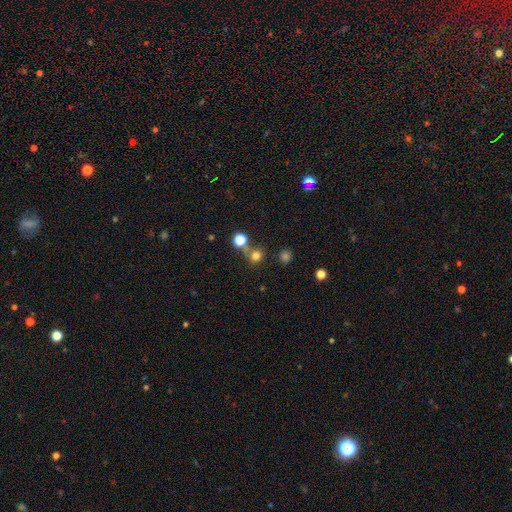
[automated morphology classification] This appears to be a smooth galaxy with no disk features (73%) that is round (85%). Merging: none (60%).